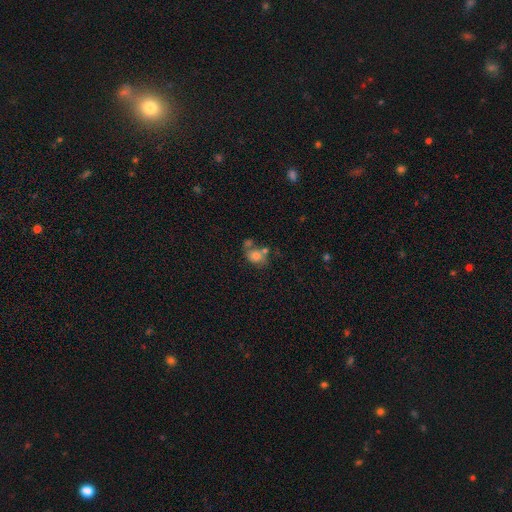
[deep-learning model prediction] This is likely a smooth galaxy (72%). How rounded: possibly in between (50%). Merging: marginally none (37%).